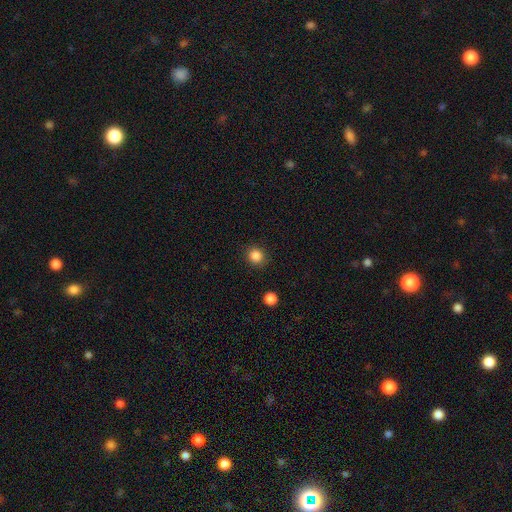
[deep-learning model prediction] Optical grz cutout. It shows a smooth galaxy with no disk features (86%) that is round (87%). Merging: none (89%).